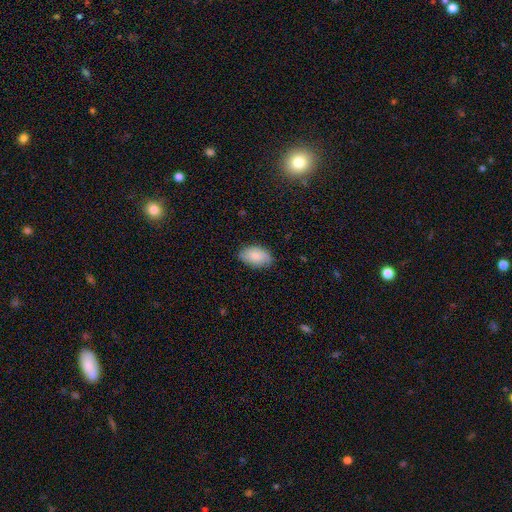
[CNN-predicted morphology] A smooth galaxy with no disk features (81%) that is in between round and cigar-shaped (92%). Merging: none (79%).